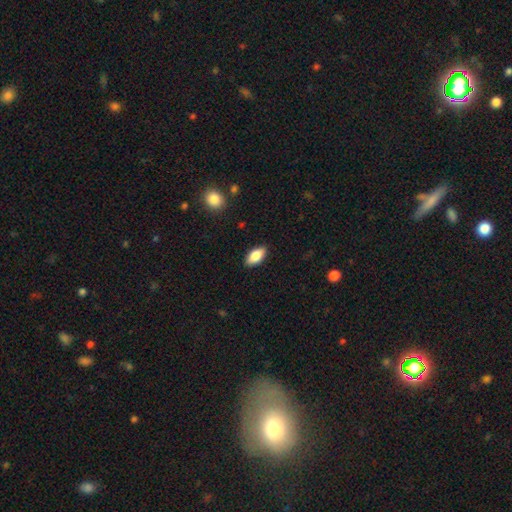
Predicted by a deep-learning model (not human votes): smooth 83%, featured or disk 11%, star or artifact 7%. Down the decision tree: how rounded — in between (89%); merging — none (88%).